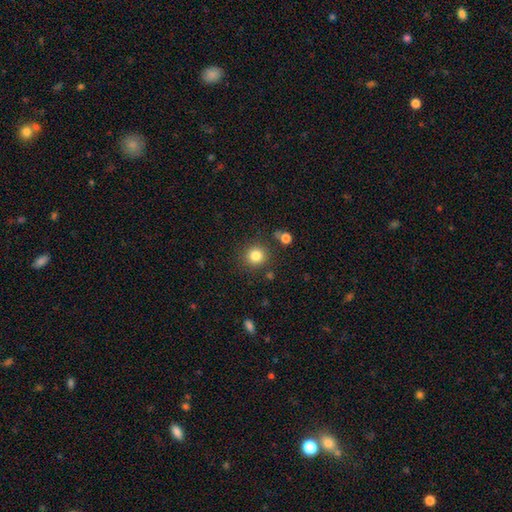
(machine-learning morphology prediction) smooth-or-featured: smooth: 83% | star or artifact: 11% | featured or disk: 6%
  how-rounded: round: 91% | in between: 8% | cigar-shaped: 1%
  merging: none: 85% | minor disturbance: 8% | merger: 4% | major disturbance: 3%